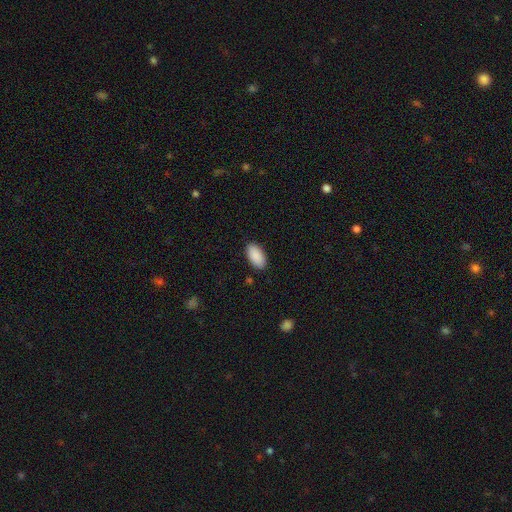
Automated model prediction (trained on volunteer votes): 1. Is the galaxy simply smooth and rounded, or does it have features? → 91% smooth, 6% star or artifact, 3% featured or disk.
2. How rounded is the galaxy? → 95% in between, 2% cigar-shaped, 2% round.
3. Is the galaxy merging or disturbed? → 88% none, 8% minor disturbance, 2% major disturbance, 1% merger.